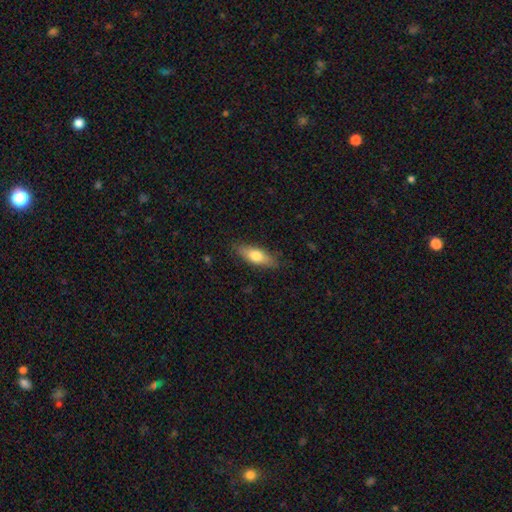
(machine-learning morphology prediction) type=smooth (70%); roundness=in between (61%); merging=none (84%).